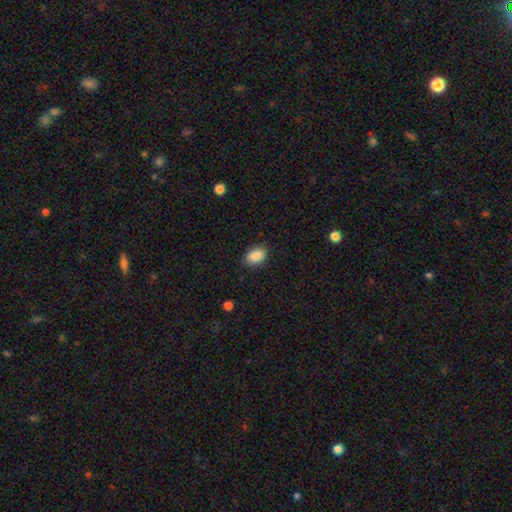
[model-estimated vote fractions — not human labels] smooth-or-featured: smooth: 88% | star or artifact: 8% | featured or disk: 5%
  how-rounded: in between: 84% | round: 14% | cigar-shaped: 1%
  merging: none: 84% | minor disturbance: 12% | major disturbance: 3% | merger: 1%